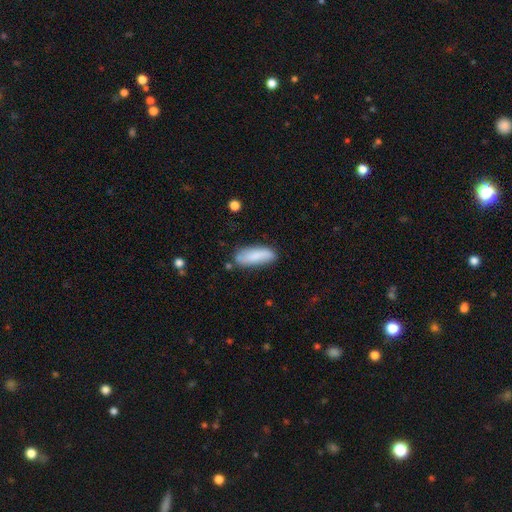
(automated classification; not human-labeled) smooth-or-featured: smooth: 82% | featured or disk: 12% | star or artifact: 6%
  how-rounded: in between: 61% | cigar-shaped: 37% | round: 2%
  merging: none: 74% | minor disturbance: 19% | major disturbance: 4% | merger: 4%